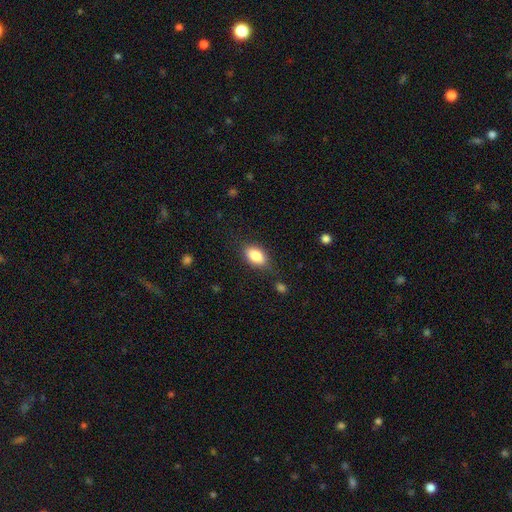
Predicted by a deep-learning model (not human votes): Overall: smooth (84%). How rounded: in between (89%). Merging: none (80%).